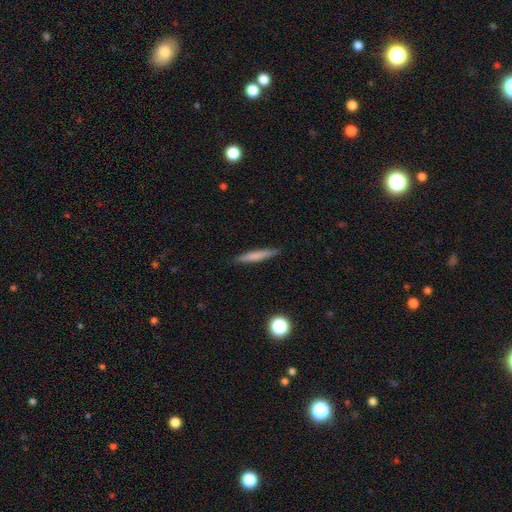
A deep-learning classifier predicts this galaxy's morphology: Smooth or featured? smooth (67%)
How rounded? cigar-shaped (94%)
Merging? none (88%)